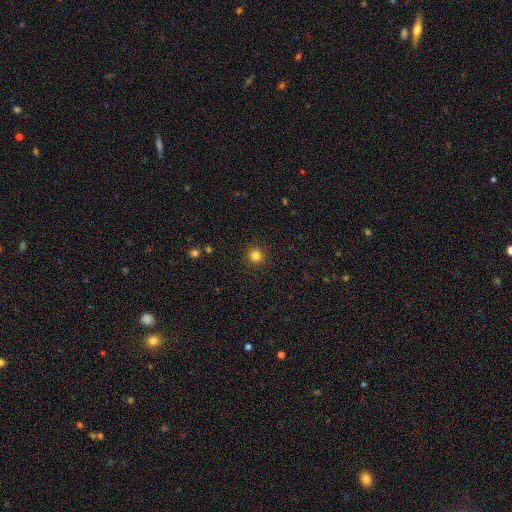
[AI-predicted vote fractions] This is clearly a smooth galaxy (83%). How rounded: clearly round (95%). Merging: clearly none (92%).